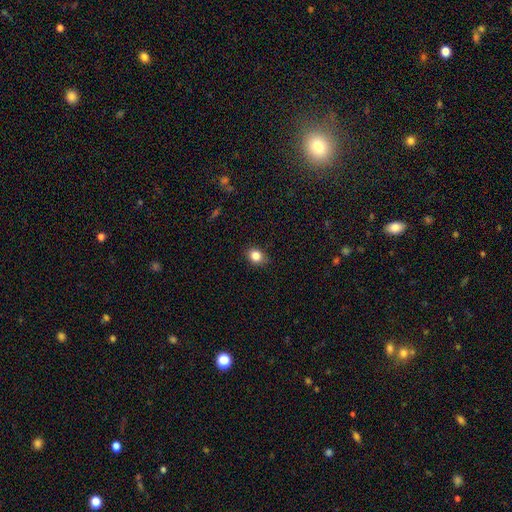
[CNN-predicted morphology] smooth_or_featured: smooth (p=0.84) [alt: star or artifact p=0.10]
how_rounded: round (p=0.59) [alt: in between p=0.40]
merging: none (p=0.86) [alt: minor disturbance p=0.11]